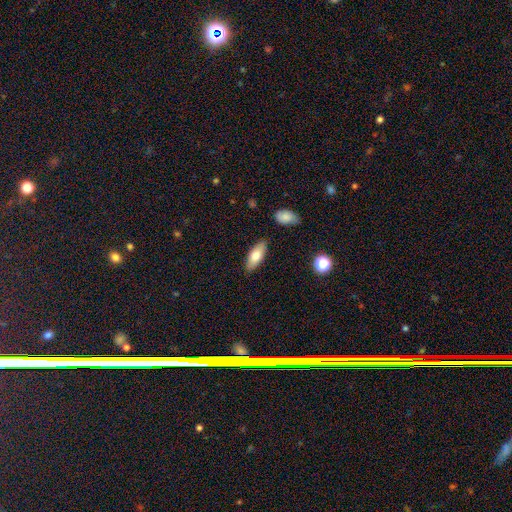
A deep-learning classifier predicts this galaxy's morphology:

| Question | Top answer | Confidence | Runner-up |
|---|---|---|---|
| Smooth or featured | smooth | 72% | featured or disk (22%) |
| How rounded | in between | 74% | cigar-shaped (23%) |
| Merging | none | 86% | minor disturbance (10%) |